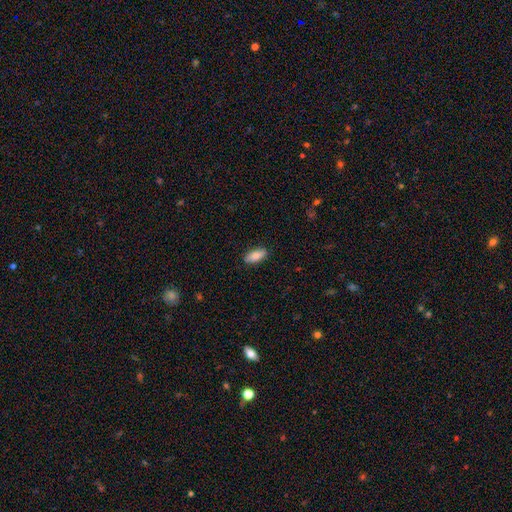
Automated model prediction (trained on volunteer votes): Smooth or featured? Predicted: smooth (p=0.84). How rounded? Predicted: in between (p=0.83). Merging? Predicted: none (p=0.89).